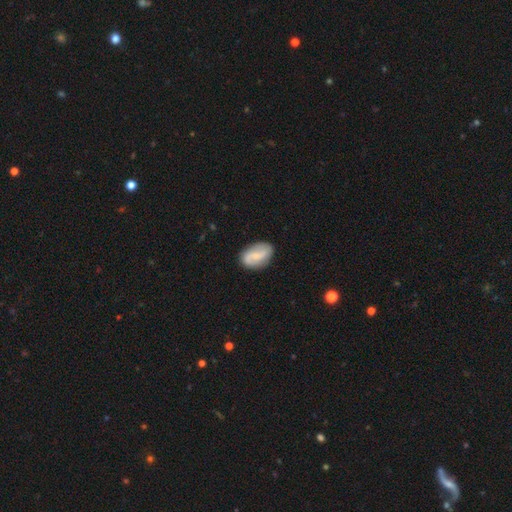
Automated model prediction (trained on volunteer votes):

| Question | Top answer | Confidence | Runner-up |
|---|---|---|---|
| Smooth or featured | featured or disk | 52% | smooth (42%) |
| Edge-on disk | no | 96% | yes (4%) |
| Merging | none | 82% | minor disturbance (13%) |